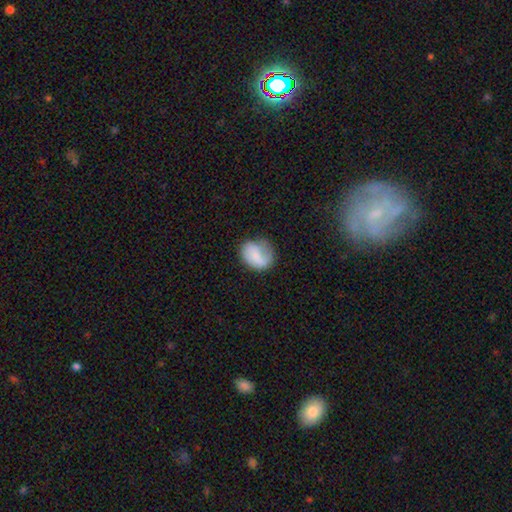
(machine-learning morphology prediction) A smooth galaxy with no disk features (63%) that is round (51%). Merging: none (47%).